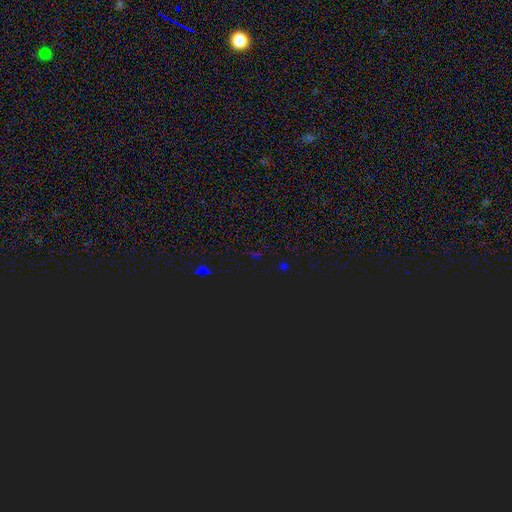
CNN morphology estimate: star or artifact 75%, smooth 18%, featured or disk 8%.